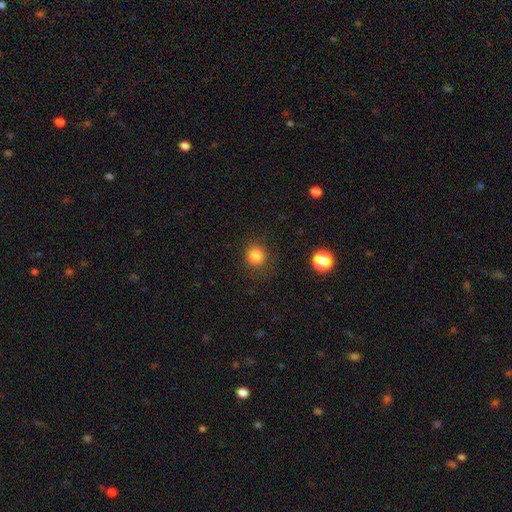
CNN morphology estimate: Smooth or featured? Predicted: smooth (p=0.83). How rounded? Predicted: round (p=0.89). Merging? Predicted: none (p=0.86).